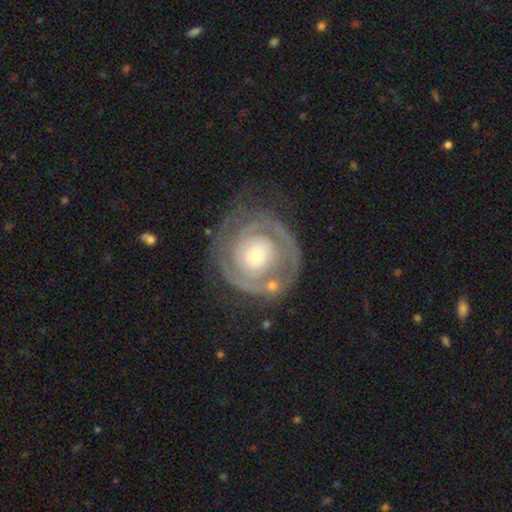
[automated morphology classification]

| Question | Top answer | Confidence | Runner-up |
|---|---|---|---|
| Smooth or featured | featured or disk | 82% | smooth (14%) |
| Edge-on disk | no | 97% | yes (3%) |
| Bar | no | 82% | weak (13%) |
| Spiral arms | yes | 86% | no (14%) |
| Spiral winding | tight | 77% | medium (16%) |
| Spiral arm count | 2 | 37% | can't tell (28%) |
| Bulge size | small | 58% | moderate (32%) |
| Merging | none | 65% | minor disturbance (17%) |